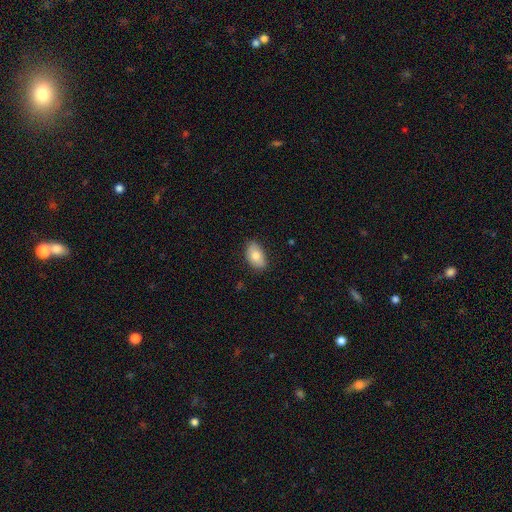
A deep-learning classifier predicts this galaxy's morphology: smooth 79%, featured or disk 14%, star or artifact 7%. Down the decision tree: how rounded — in between (92%); merging — none (81%).